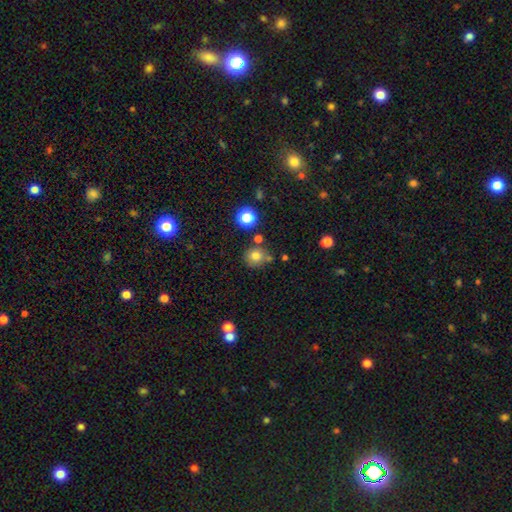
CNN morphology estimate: This appears to be a smooth galaxy with no disk features (76%) that is round (88%). Merging: none (71%).